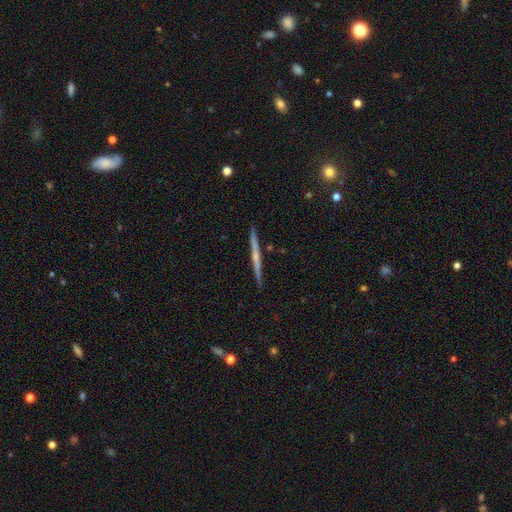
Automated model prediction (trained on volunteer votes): Overall: featured or disk (68%). Edge-on disk: yes (98%). Edge-on bulge: none (52%; rounded 41%). Merging: none (92%).